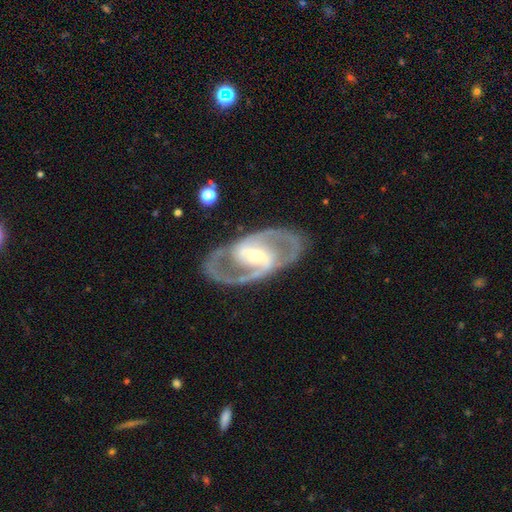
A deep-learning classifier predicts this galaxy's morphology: This appears to be a featured or disk galaxy (88%) with a strong bar (50%), 2 (88%) medium (55%) spiral arms (89%) and a moderate central bulge (48%). Merging: none (79%).